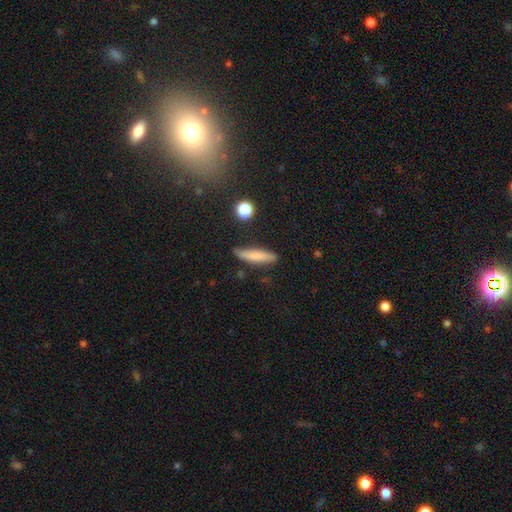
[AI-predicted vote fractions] Overall: smooth (76%). How rounded: cigar-shaped (81%). Merging: none (80%).